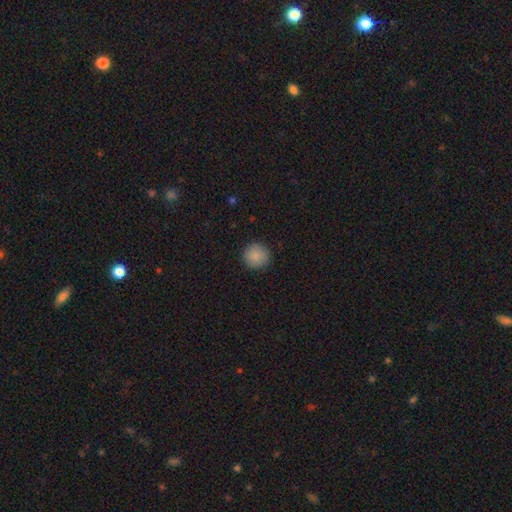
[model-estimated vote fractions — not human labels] Morphology: type=smooth (88%); roundness=round (94%); merging=none (91%).